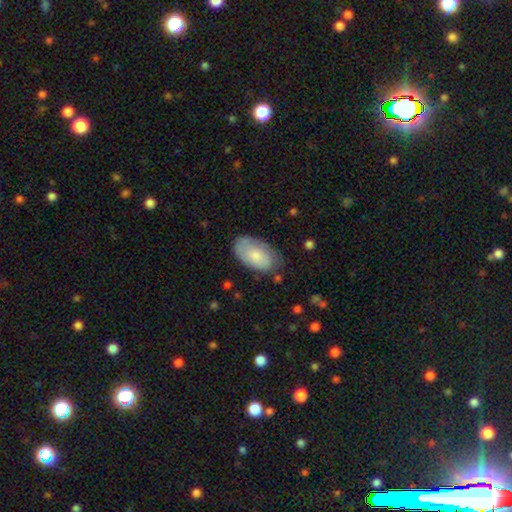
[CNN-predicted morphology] A smooth galaxy with no disk features (71%) that is in between round and cigar-shaped (94%). Merging: none (67%).